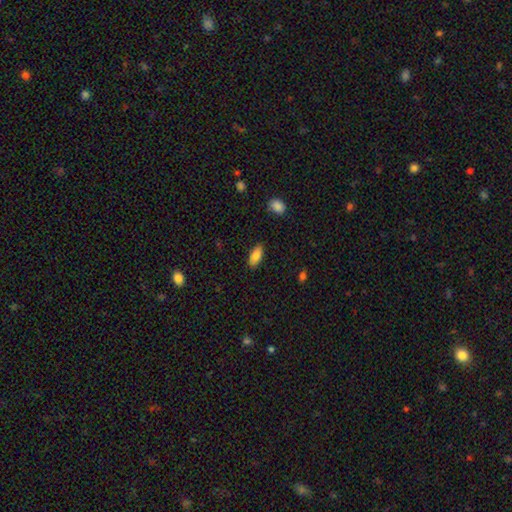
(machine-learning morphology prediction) A smooth galaxy with no disk features (83%) that is in between round and cigar-shaped (86%).

Vote fractions:
- Smooth or featured? smooth: 83% / featured or disk: 10% / star or artifact: 7%
- How rounded? in between: 86% / cigar-shaped: 12% / round: 2%
- Merging? none: 86% / minor disturbance: 10% / major disturbance: 2% / merger: 1%